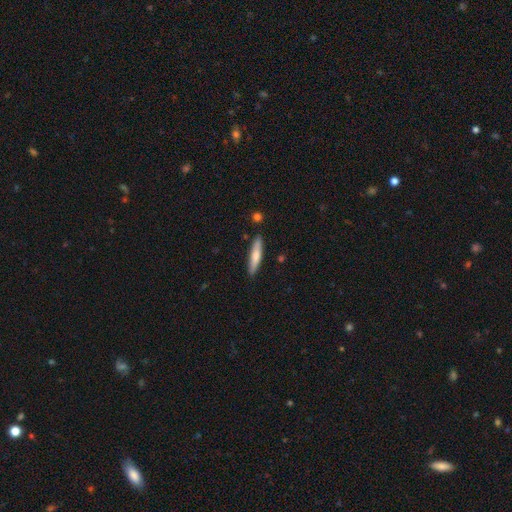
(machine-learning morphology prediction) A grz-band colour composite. It shows a smooth galaxy with no disk features (70%) that is cigar-shaped (86%). Merging: none (86%).